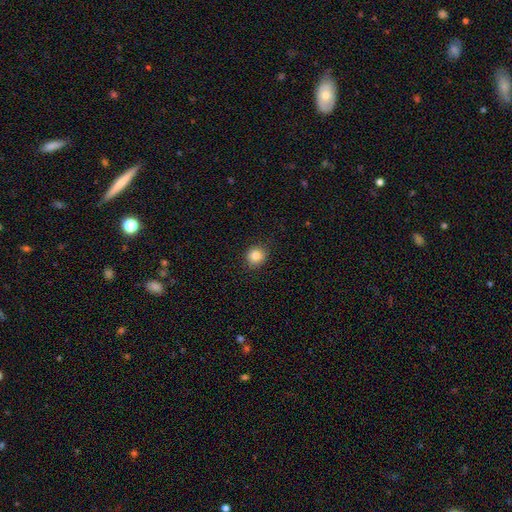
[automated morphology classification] smooth 83%, star or artifact 11%, featured or disk 7%. Down the decision tree: how rounded — round (83%); merging — none (87%).